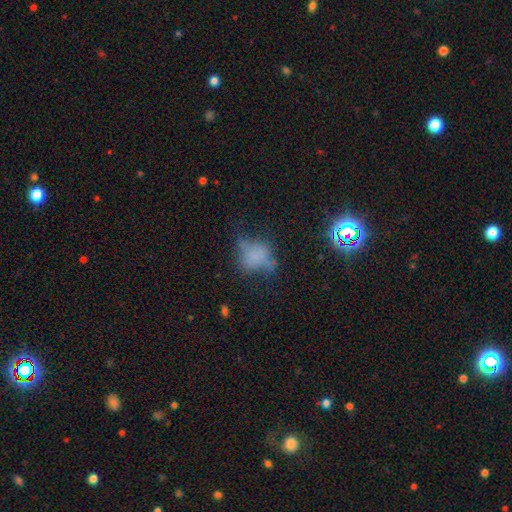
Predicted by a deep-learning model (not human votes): This appears to be a smooth galaxy with no disk features (54%) that is round (50%). Merging: none (42%).